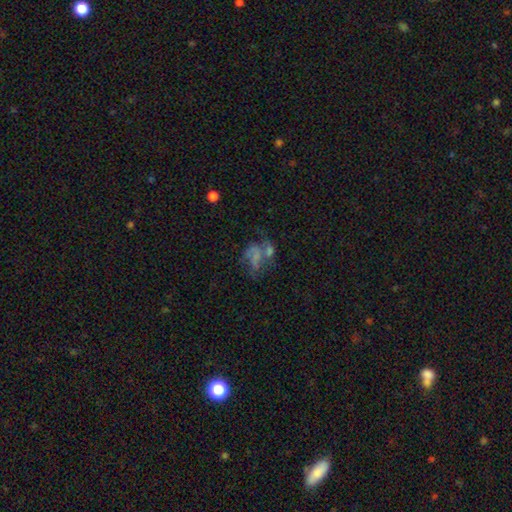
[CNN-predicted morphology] Smooth or featured?
  - featured or disk: 45% *
  - smooth: 39%
  - star or artifact: 16%
Merging?
  - major disturbance: 30% * (tied)
  - merger: 30% * (tied)
  - none: 24%
  - minor disturbance: 16%